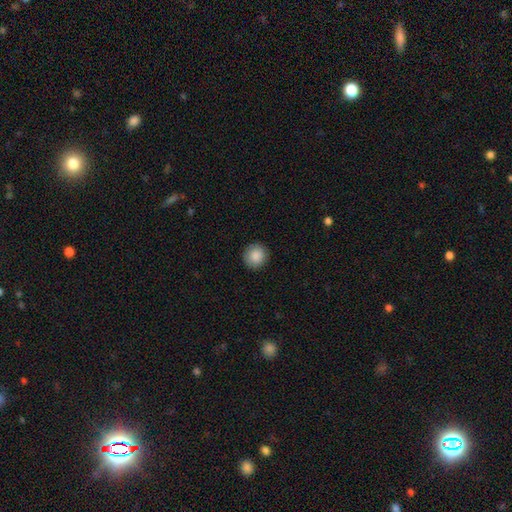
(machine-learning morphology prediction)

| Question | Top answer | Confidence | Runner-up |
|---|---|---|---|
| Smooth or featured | smooth | 88% | star or artifact (8%) |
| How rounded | round | 94% | in between (6%) |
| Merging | none | 91% | minor disturbance (6%) |